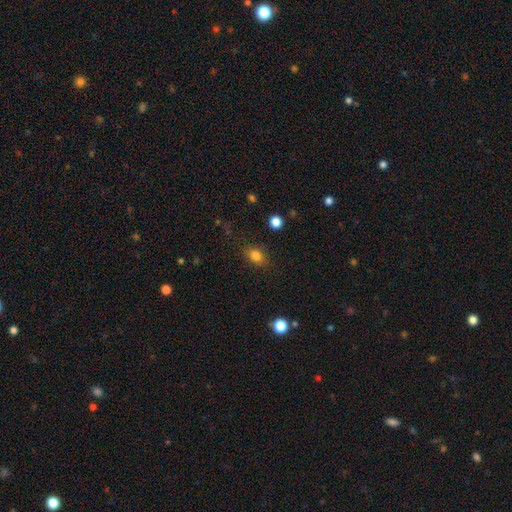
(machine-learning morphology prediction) This appears to be a smooth galaxy with no disk features (82%) that is in between round and cigar-shaped (65%). Merging: none (83%).